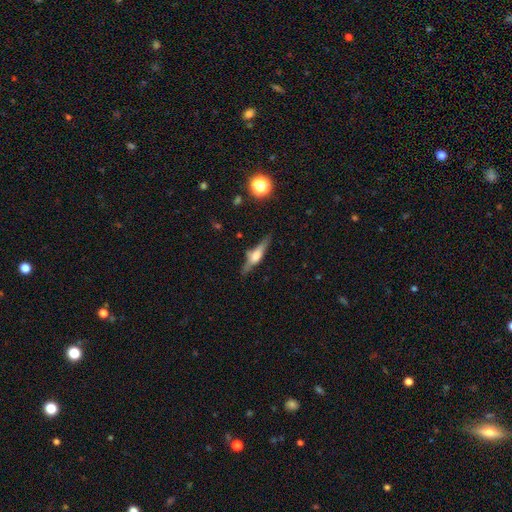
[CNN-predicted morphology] featured or disk 66%, smooth 26%, star or artifact 8%. Down the decision tree: edge-on disk — yes (95%); edge-on bulge — rounded (75%); merging — none (78%).